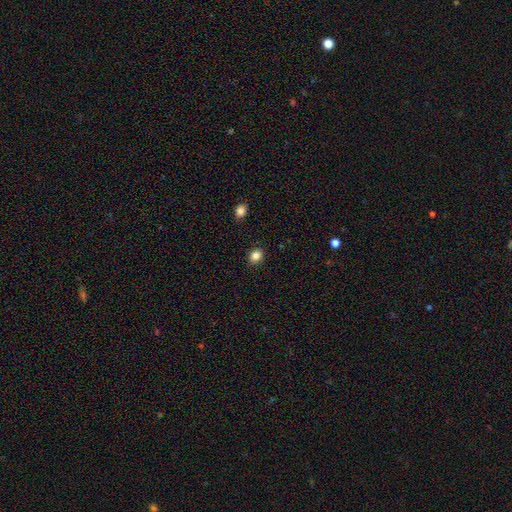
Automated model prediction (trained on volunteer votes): A smooth galaxy with no disk features (84%) that is round (66%).

Vote fractions:
- Smooth or featured? smooth: 84% / star or artifact: 11% / featured or disk: 5%
- How rounded? round: 66% / in between: 33% / cigar-shaped: 1%
- Merging? none: 90% / minor disturbance: 7% / major disturbance: 2% / merger: 1%